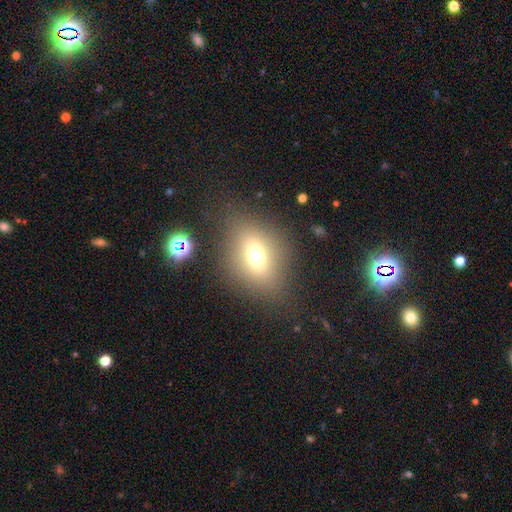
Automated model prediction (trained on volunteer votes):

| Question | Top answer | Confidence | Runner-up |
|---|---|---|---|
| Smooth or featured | smooth | 64% | star or artifact (19%) |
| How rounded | in between | 60% | round (37%) |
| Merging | none | 78% | minor disturbance (11%) |